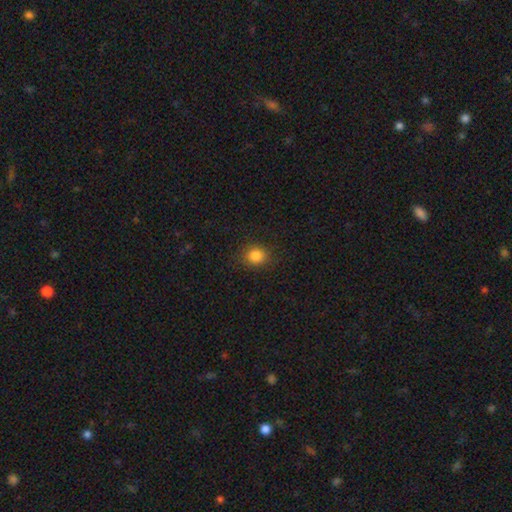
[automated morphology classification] This is clearly a smooth galaxy (84%). How rounded: likely round (75%). Merging: clearly none (87%).